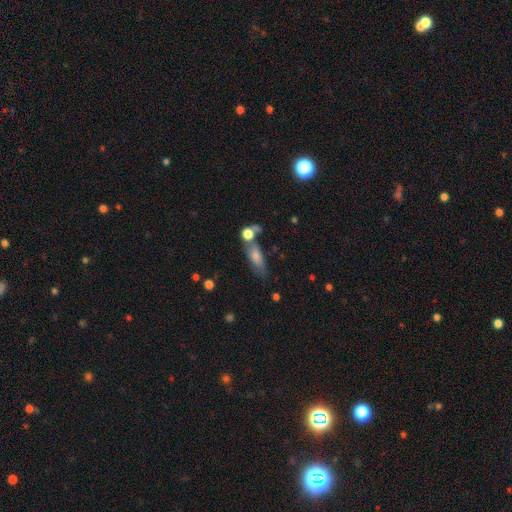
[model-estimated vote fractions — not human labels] A smooth galaxy with no disk features (62%) that is in between round and cigar-shaped (58%). Merging: none (52%).